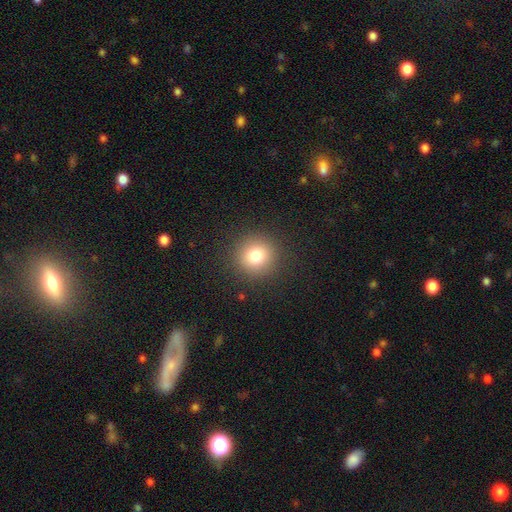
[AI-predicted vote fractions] The model was most divided on "smooth or featured": smooth: 79%, star or artifact: 13%, featured or disk: 8%. More confident: how rounded — round (93%); merging — none (91%).